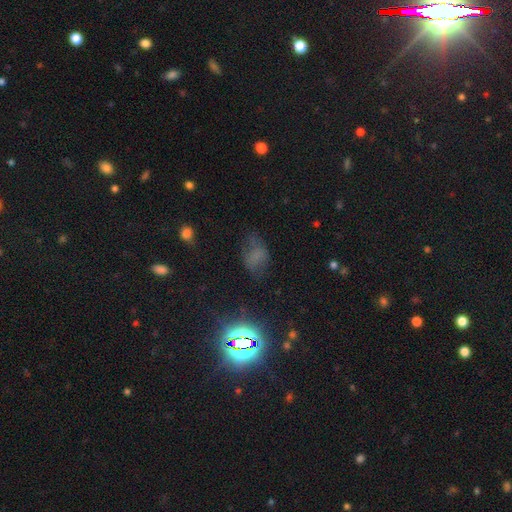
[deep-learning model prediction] The model was most divided on "smooth or featured": smooth: 47%, star or artifact: 34%, featured or disk: 19%. Remaining: merging — none (47%).